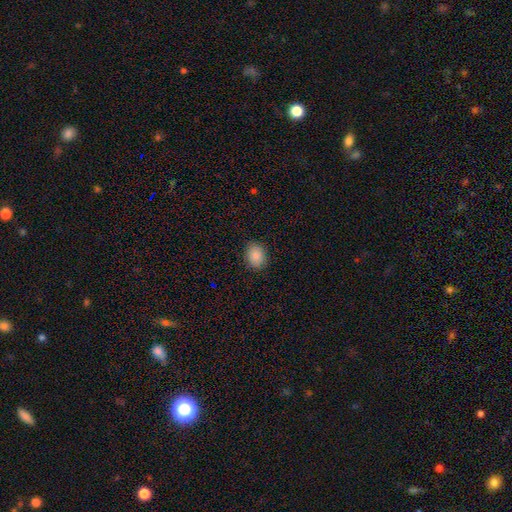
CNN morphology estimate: This is clearly a smooth galaxy (88%). How rounded: likely in between (62%). Merging: clearly none (88%).